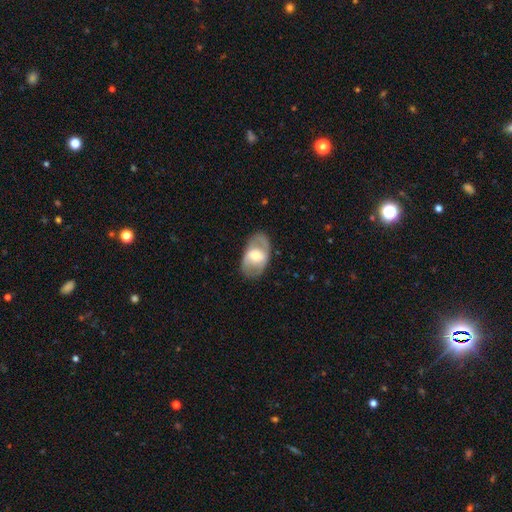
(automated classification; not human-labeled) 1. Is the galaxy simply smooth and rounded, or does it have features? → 59% featured or disk, 35% smooth, 6% star or artifact.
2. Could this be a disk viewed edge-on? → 93% no, 7% yes.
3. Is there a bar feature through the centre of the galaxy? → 39% weak, 37% no, 23% strong.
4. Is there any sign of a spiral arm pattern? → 53% yes, 47% no.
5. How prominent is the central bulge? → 61% moderate, 26% small, 10% large, 1% none, 1% dominant.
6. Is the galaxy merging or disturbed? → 76% none, 16% minor disturbance, 7% major disturbance, 1% merger.